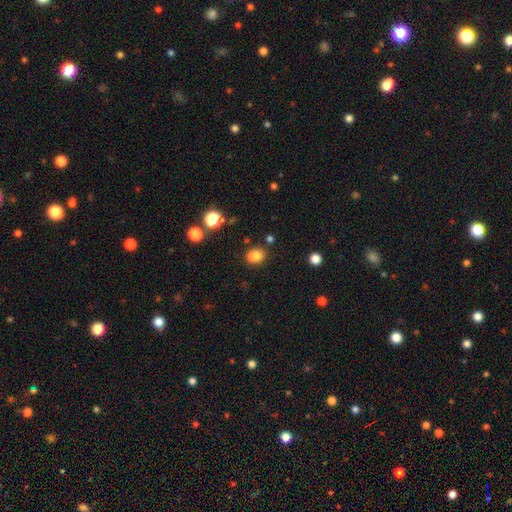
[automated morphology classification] smooth-or-featured: smooth: 78% | star or artifact: 14% | featured or disk: 8%
  how-rounded: round: 62% | in between: 37% | cigar-shaped: 1%
  merging: none: 70% | minor disturbance: 16% | merger: 11% | major disturbance: 4%